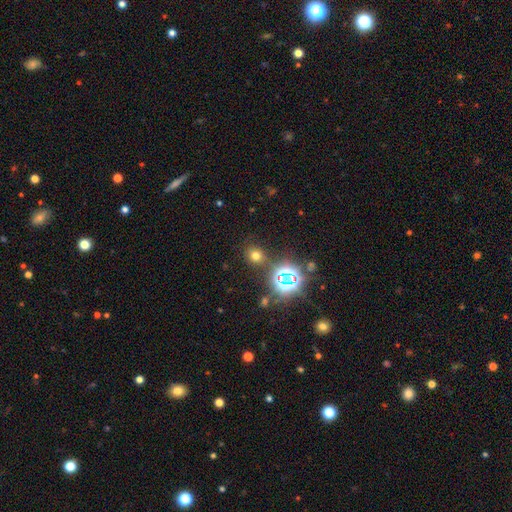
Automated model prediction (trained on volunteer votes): Smooth or featured: smooth — 60% (star or artifact — 32%)
How rounded: round — 76% (in between — 23%)
Merging: none — 81% (minor disturbance — 10%)